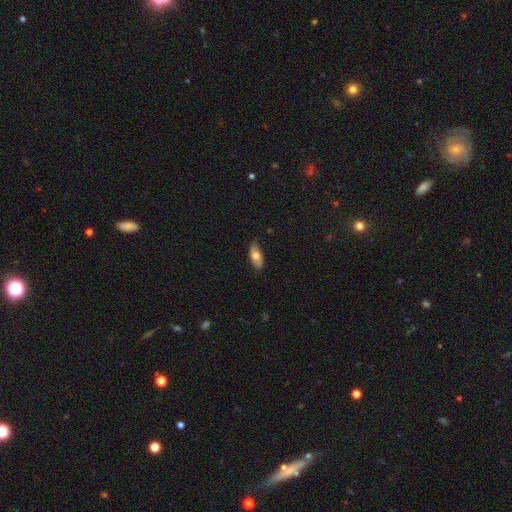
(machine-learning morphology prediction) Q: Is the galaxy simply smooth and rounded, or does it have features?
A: smooth — 69%.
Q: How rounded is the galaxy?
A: in between — 82%.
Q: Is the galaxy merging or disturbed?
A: none — 79%.